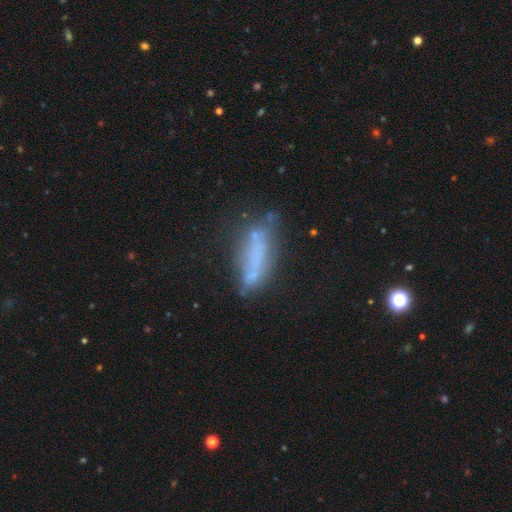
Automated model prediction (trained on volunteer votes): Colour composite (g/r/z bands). It shows a smooth galaxy with no disk features (49%). Merging: none (51%).